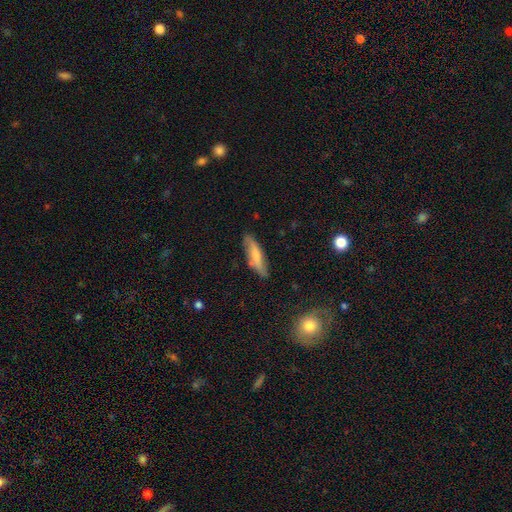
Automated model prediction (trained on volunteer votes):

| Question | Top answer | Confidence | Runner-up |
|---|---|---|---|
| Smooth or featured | smooth | 67% | featured or disk (27%) |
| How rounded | cigar-shaped | 67% | in between (31%) |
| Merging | none | 77% | minor disturbance (18%) |